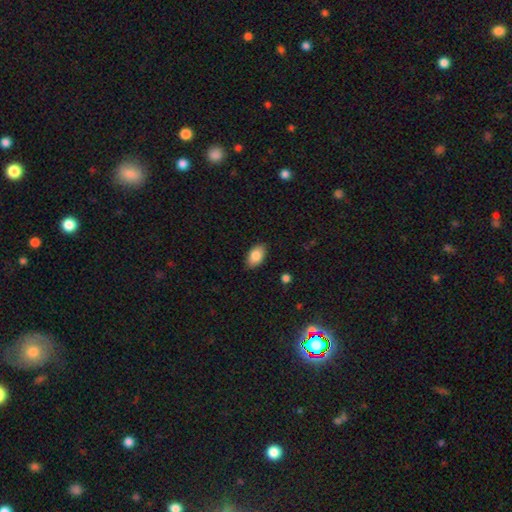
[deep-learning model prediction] smooth_or_featured: smooth (p=0.85) [alt: featured or disk p=0.08]
how_rounded: in between (p=0.91) [alt: round p=0.07]
merging: none (p=0.87) [alt: minor disturbance p=0.10]